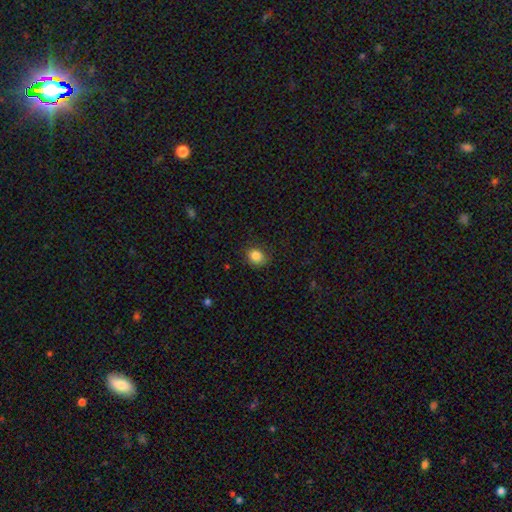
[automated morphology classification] A smooth galaxy with no disk features (85%) that is round (59%). Merging: none (80%).